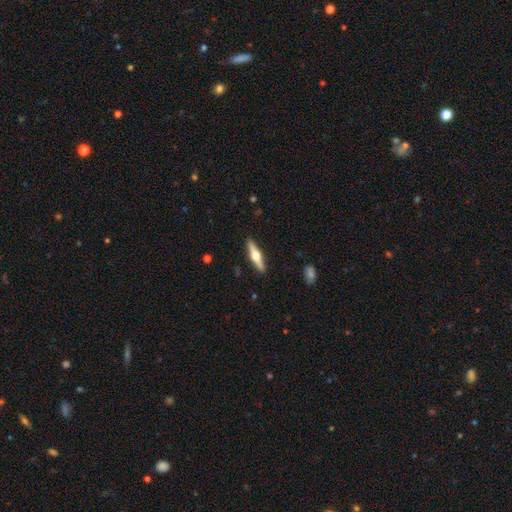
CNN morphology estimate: smooth_or_featured: featured or disk (p=0.66) [alt: smooth p=0.29]
disk_edge_on: yes (p=0.97) [alt: no p=0.03]
edge_on_bulge: rounded (p=0.96) [alt: boxy p=0.02]
merging: none (p=0.91) [alt: minor disturbance p=0.06]